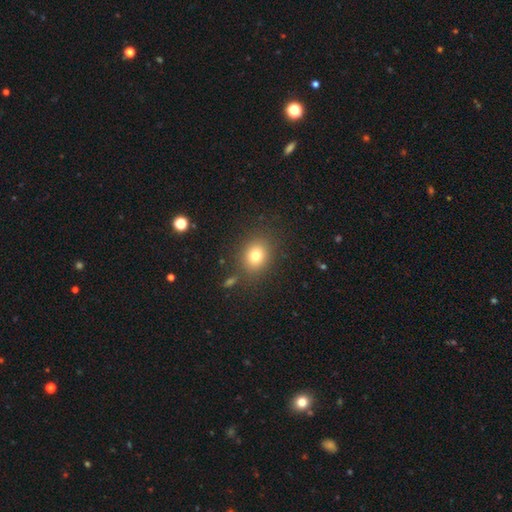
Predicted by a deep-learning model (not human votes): Smooth or featured? Predicted: smooth (p=0.78). How rounded? Predicted: round (p=0.64). Merging? Predicted: none (p=0.84).